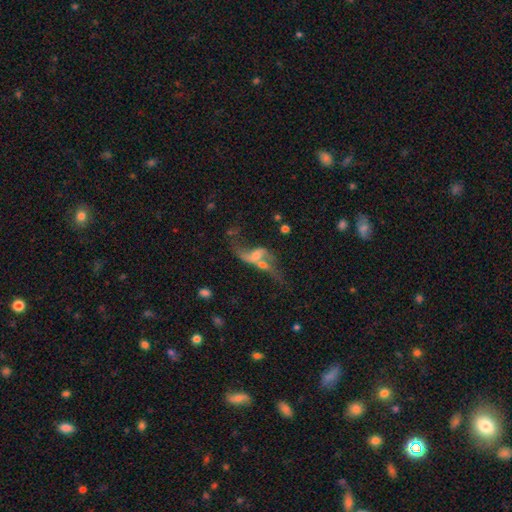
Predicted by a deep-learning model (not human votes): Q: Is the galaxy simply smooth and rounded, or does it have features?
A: featured or disk — 70%.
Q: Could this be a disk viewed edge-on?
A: no — 93%.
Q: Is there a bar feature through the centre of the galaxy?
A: no — 55%.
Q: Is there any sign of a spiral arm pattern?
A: yes — 77%.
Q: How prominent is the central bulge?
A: small — 37%.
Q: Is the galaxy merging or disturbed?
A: merger — 47%.